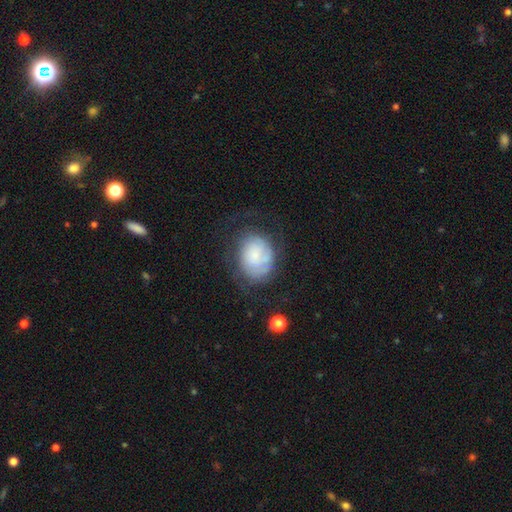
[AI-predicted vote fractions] Morphology: type=featured or disk (47%); merging=none (51%).